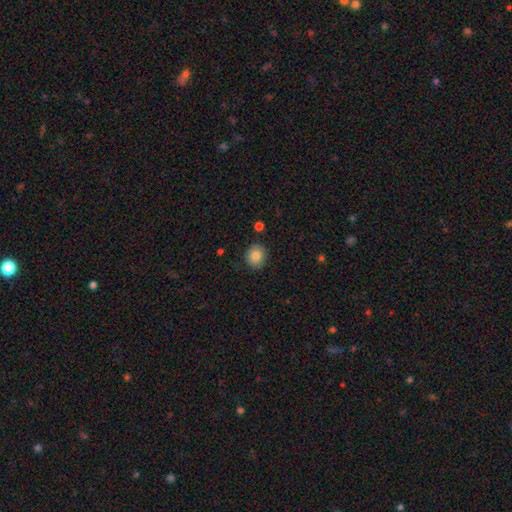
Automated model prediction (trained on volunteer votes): smooth 83%, star or artifact 9%, featured or disk 8%. Down the decision tree: how rounded — round (79%); merging — none (88%).